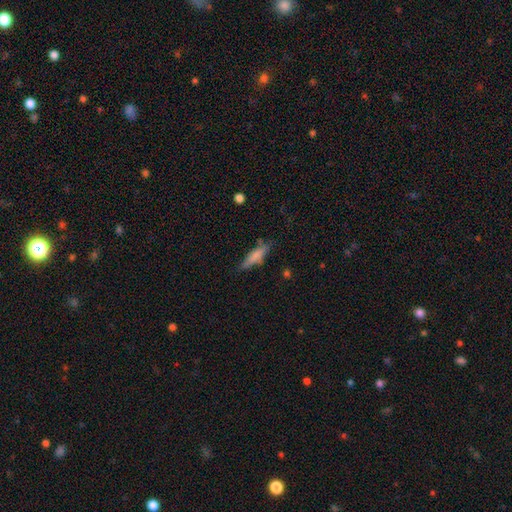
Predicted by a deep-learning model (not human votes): Smooth or featured: smooth — 72% (featured or disk — 22%)
How rounded: cigar-shaped — 71% (in between — 27%)
Merging: none — 69% (minor disturbance — 22%)